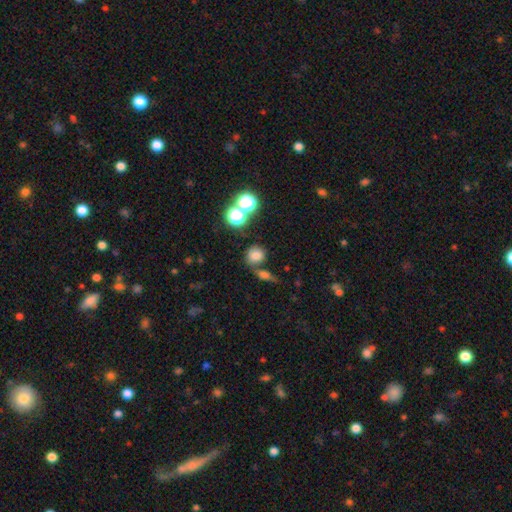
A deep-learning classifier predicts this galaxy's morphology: Smooth or featured? Predicted: smooth (p=0.74). How rounded? Predicted: round (p=0.79). Merging? Predicted: none (p=0.62).